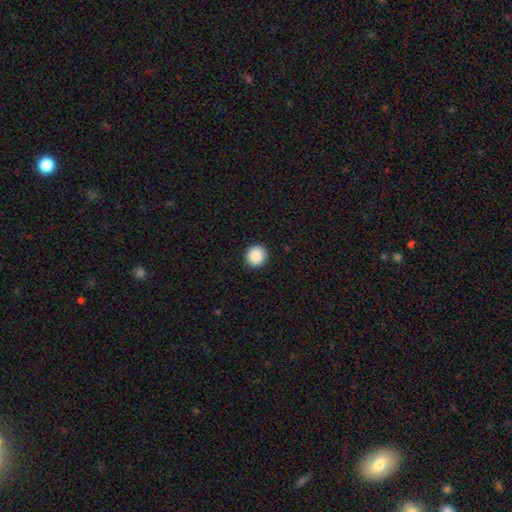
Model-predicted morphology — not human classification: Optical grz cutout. It shows a smooth galaxy with no disk features (89%) that is round (93%). Merging: none (93%).